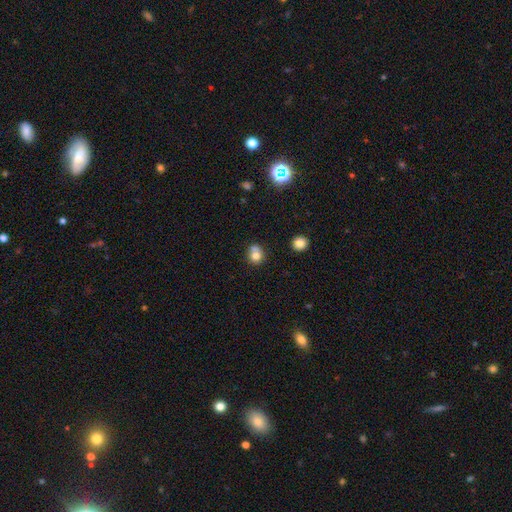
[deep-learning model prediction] This appears to be a smooth galaxy with no disk features (75%) that is round (79%). Merging: none (45%).